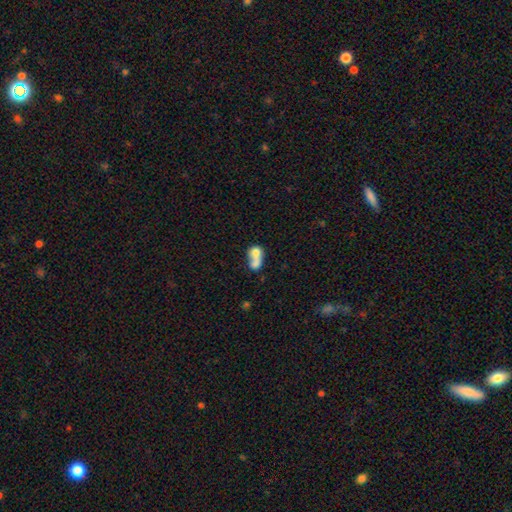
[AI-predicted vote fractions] The model was most divided on "how rounded": in between: 62%, round: 35%, cigar-shaped: 3%. More confident: smooth or featured — smooth (67%); merging — merger (66%).